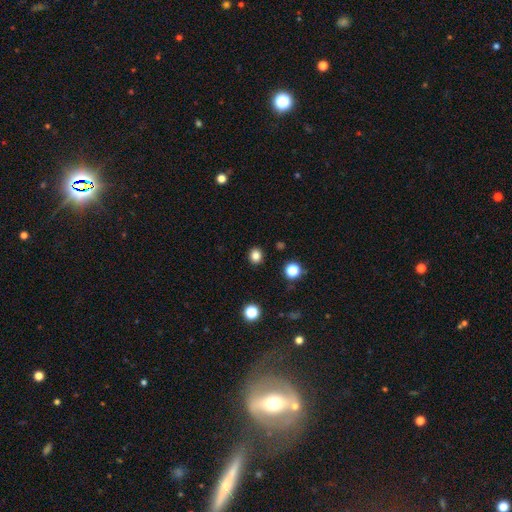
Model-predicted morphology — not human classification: Smooth or featured? smooth (82%)
How rounded? round (82%)
Merging? none (91%)